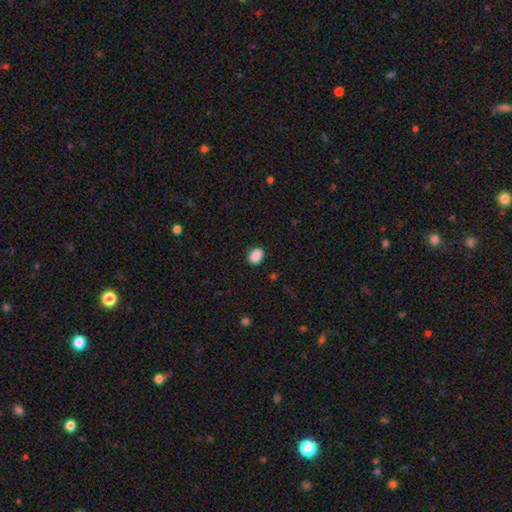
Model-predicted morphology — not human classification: smooth_or_featured: smooth (p=0.89) [alt: star or artifact p=0.08]
how_rounded: in between (p=0.63) [alt: round p=0.36]
merging: none (p=0.87) [alt: minor disturbance p=0.10]